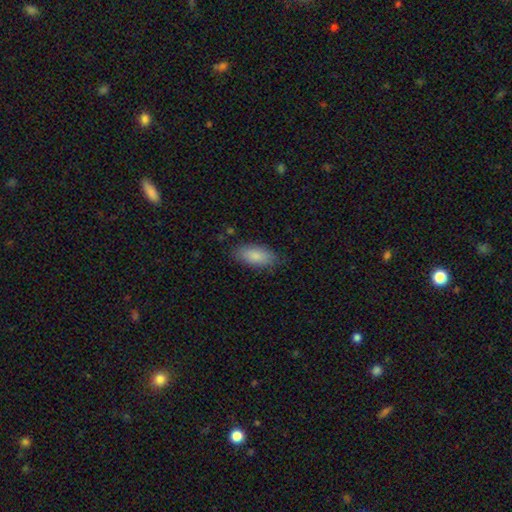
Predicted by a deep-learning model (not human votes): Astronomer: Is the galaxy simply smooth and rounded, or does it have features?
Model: smooth — 86%.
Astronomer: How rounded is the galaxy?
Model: in between — 88%.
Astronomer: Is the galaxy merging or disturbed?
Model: none — 82%.